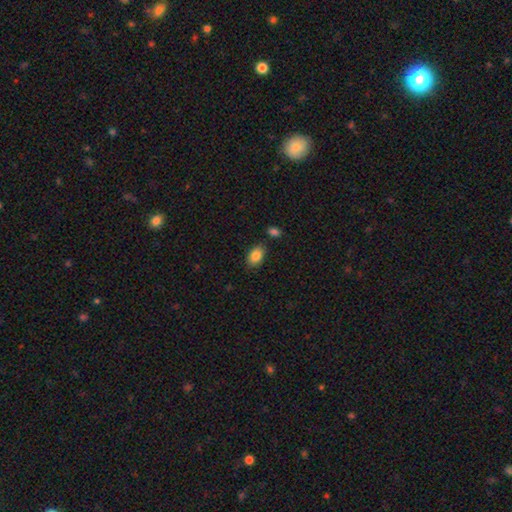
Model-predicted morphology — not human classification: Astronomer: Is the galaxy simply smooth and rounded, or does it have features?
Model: smooth — 86%.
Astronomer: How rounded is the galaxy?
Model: in between — 88%.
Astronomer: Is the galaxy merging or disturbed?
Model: none — 80%.